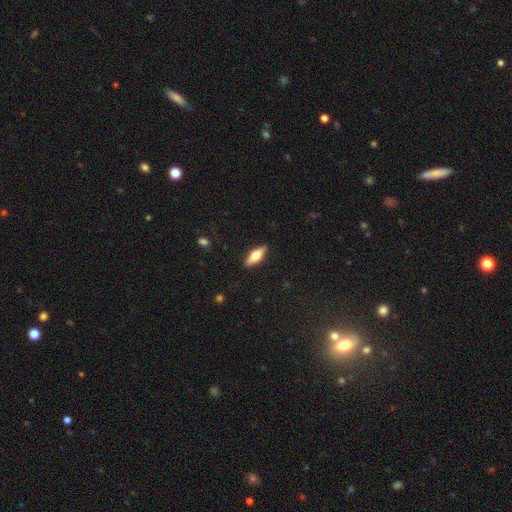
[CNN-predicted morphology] Overall: smooth (52%; featured or disk 42%). How rounded: in between (62%; cigar-shaped 35%). Merging: none (88%).